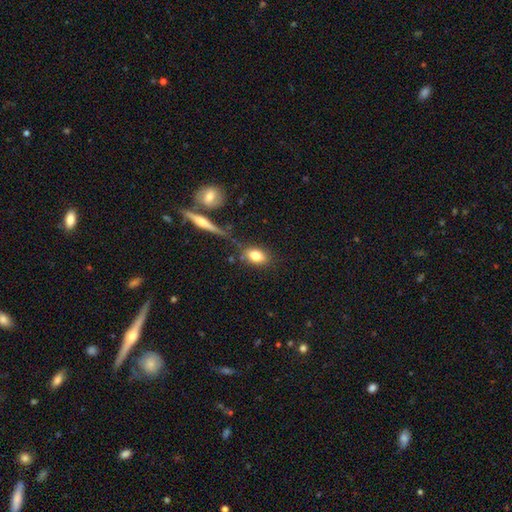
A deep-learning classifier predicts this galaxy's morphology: Smooth or featured? Predicted: smooth (p=0.79). How rounded? Predicted: in between (p=0.78). Merging? Predicted: none (p=0.74).